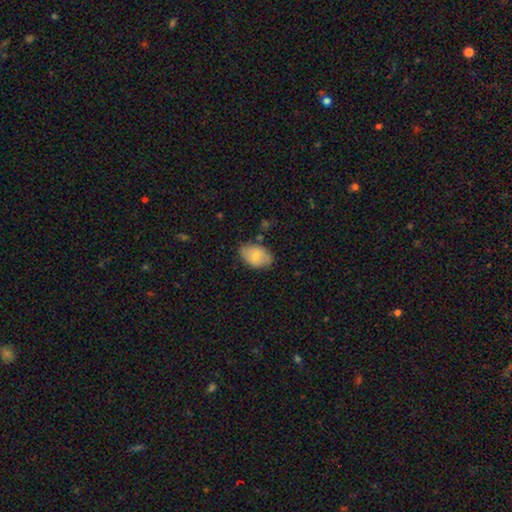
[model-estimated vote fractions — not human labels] Smooth or featured?
  - smooth: 69% *
  - featured or disk: 25%
  - star or artifact: 6%
How rounded?
  - in between: 91% *
  - round: 8%
  - cigar-shaped: 1%
Merging?
  - none: 74% *
  - minor disturbance: 20%
  - major disturbance: 4%
  - merger: 2%